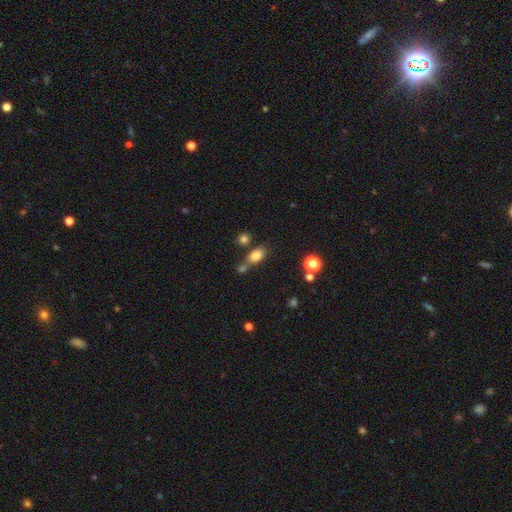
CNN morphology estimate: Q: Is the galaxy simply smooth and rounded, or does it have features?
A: smooth — 81%.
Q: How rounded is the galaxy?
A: in between — 81%.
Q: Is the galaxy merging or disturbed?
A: none — 60%.